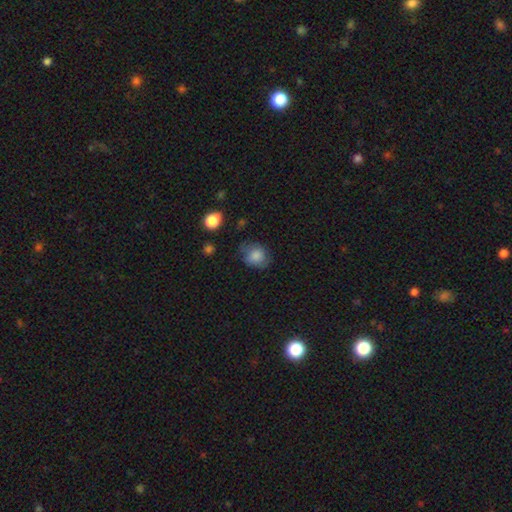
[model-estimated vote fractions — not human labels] Morphology: type=smooth (79%); roundness=round (65%); merging=none (59%).